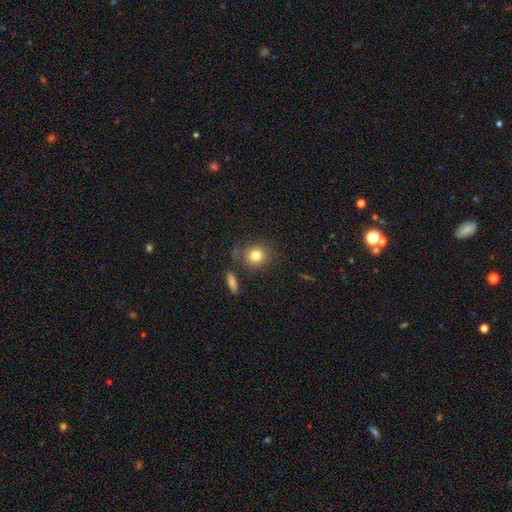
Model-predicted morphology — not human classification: Smooth or featured? smooth (81%)
How rounded? round (83%)
Merging? none (79%)